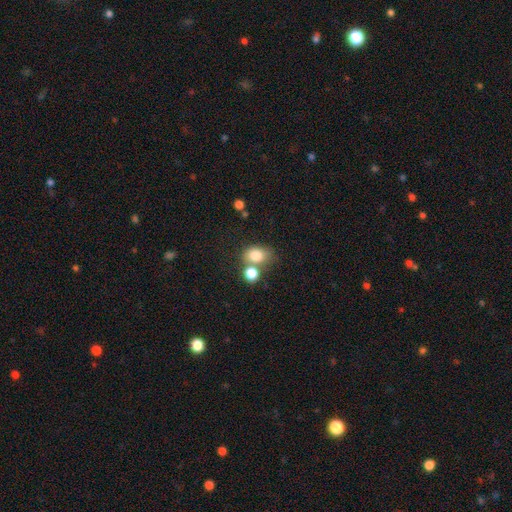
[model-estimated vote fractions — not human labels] The model was most divided on "merging": none: 45%, merger: 36%, minor disturbance: 13%, major disturbance: 6%. More confident: smooth or featured — smooth (82%); how rounded — in between (58%).